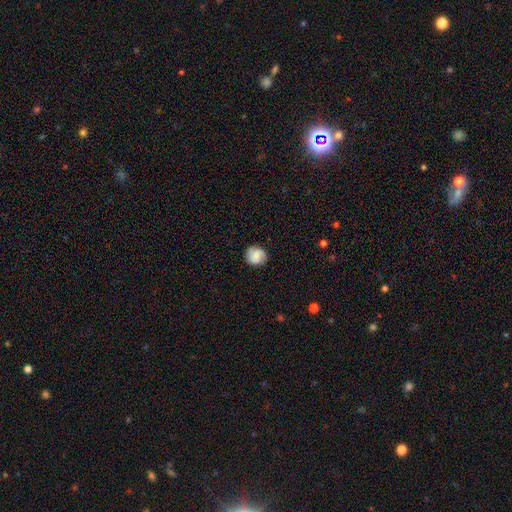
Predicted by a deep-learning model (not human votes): Morphology: type=smooth (63%); roundness=round (84%); merging=none (82%).